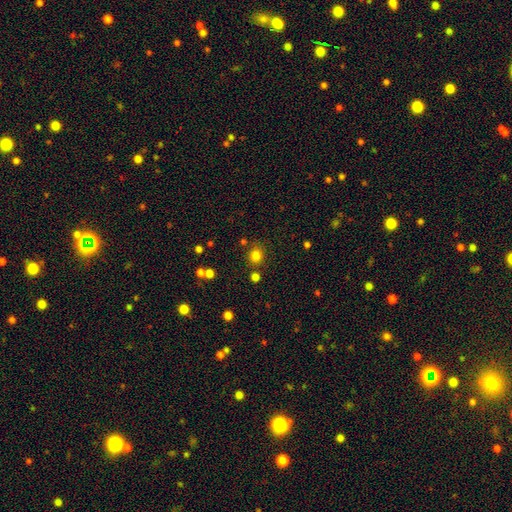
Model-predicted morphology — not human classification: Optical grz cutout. It shows a smooth galaxy with no disk features (80%) that is round (82%). Merging: none (81%).